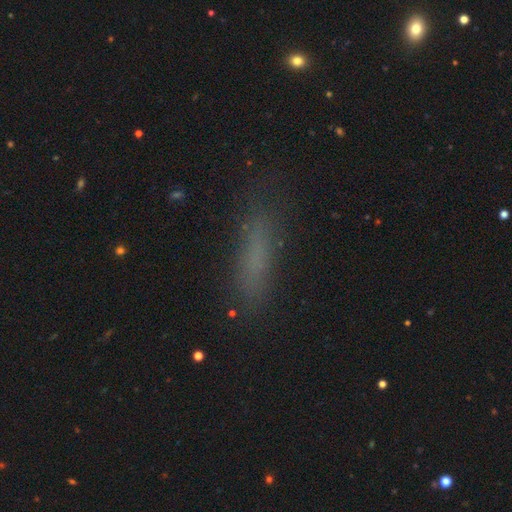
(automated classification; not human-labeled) A smooth galaxy with no disk features (66%) that is cigar-shaped (72%). Merging: none (80%).